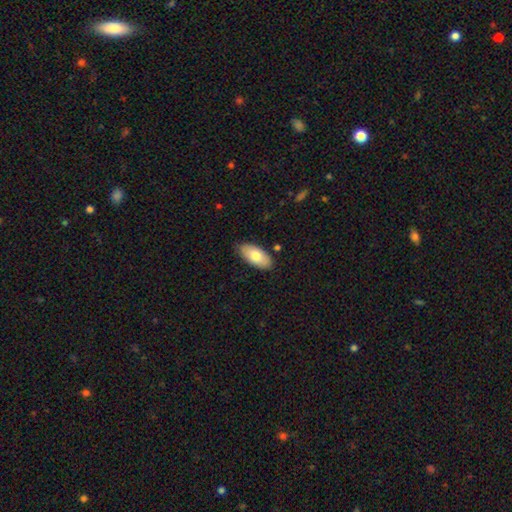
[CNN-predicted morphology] This is likely a smooth galaxy (74%). How rounded: clearly in between (93%). Merging: clearly none (83%).